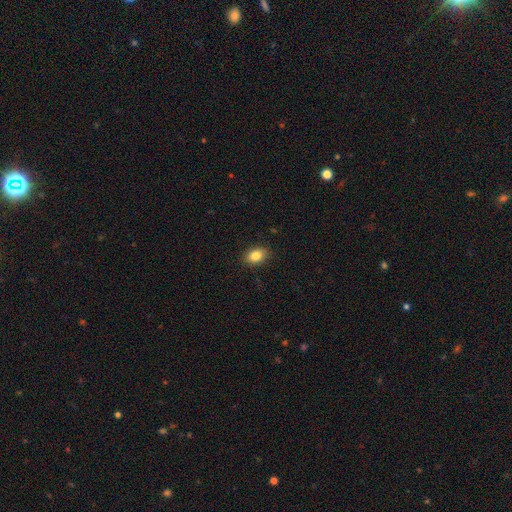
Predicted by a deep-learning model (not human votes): Overall: smooth (84%). How rounded: in between (76%). Merging: none (88%).